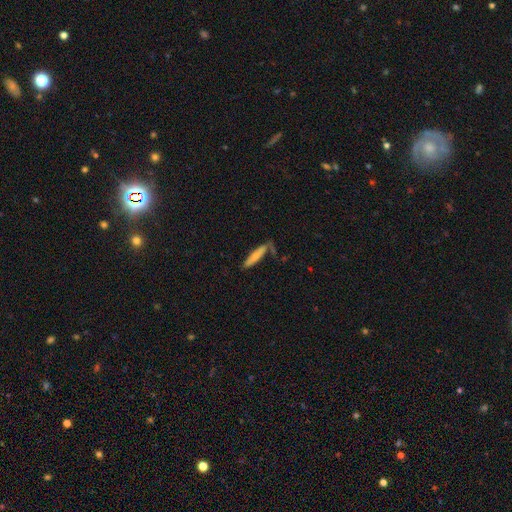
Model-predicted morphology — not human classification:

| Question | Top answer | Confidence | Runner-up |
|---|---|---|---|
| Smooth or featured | smooth | 66% | featured or disk (28%) |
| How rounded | cigar-shaped | 85% | in between (14%) |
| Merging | none | 66% | minor disturbance (20%) |